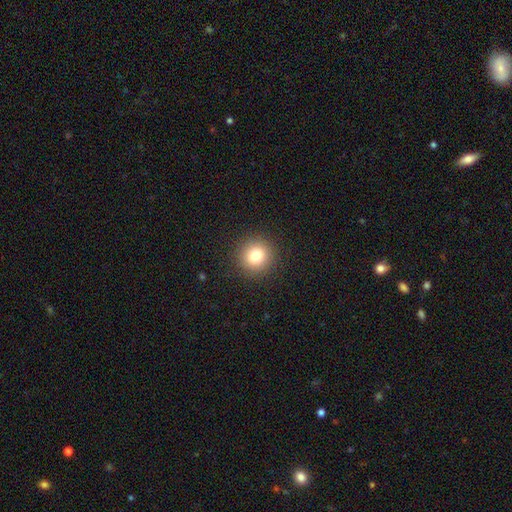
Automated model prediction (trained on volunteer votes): Q: Smooth or featured?
A: smooth (80%); runner-up: star or artifact (12%)
Q: How rounded?
A: round (93%); runner-up: in between (6%)
Q: Merging?
A: none (92%); runner-up: minor disturbance (5%)